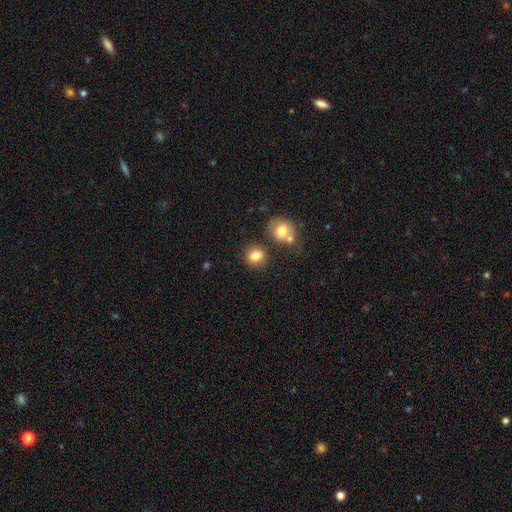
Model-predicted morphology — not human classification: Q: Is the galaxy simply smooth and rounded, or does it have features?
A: smooth — 81%.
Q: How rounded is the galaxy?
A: round — 75%.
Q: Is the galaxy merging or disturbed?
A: none — 75%.